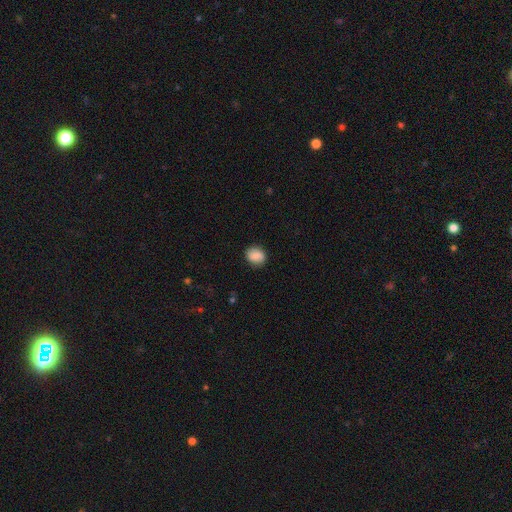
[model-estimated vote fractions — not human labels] smooth_or_featured: smooth (p=0.82) [alt: featured or disk p=0.10]
how_rounded: round (p=0.63) [alt: in between p=0.36]
merging: none (p=0.84) [alt: minor disturbance p=0.11]